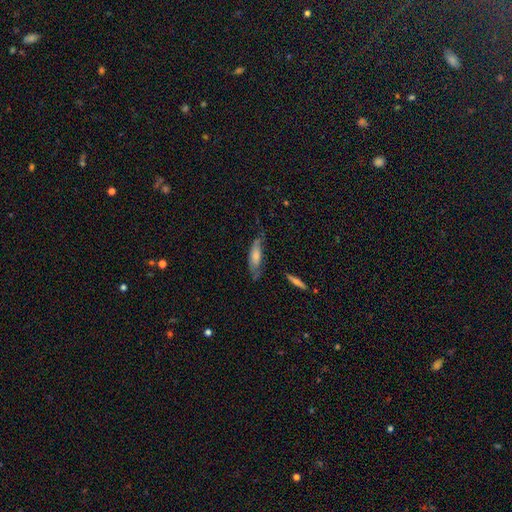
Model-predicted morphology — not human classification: Overall: smooth (65%; featured or disk 29%). How rounded: in between (55%; cigar-shaped 43%). Merging: none (50%; minor disturbance 33%).